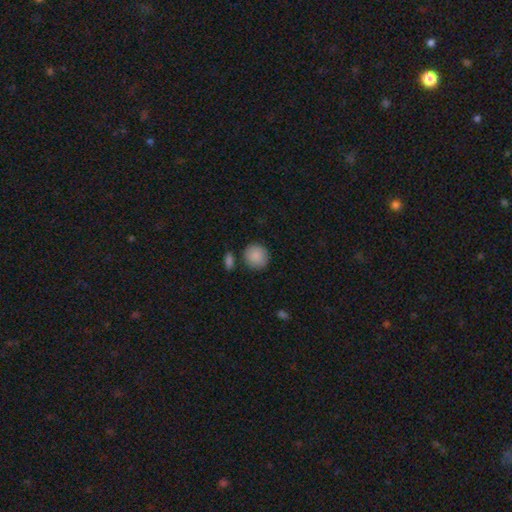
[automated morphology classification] smooth-or-featured: smooth: 89% | star or artifact: 7% | featured or disk: 4%
  how-rounded: round: 88% | in between: 11% | cigar-shaped: 1%
  merging: none: 80% | minor disturbance: 11% | merger: 5% | major disturbance: 3%